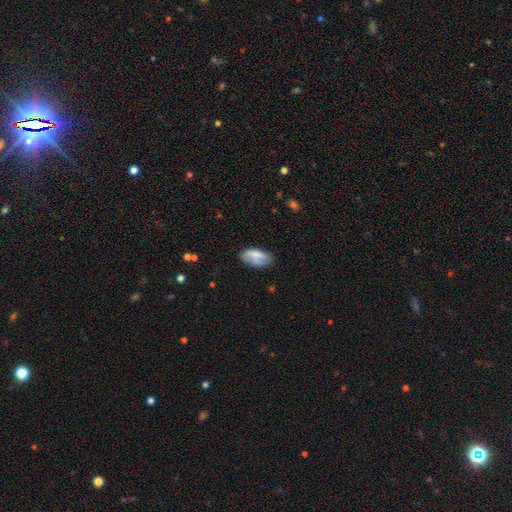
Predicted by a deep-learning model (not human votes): smooth 63%, featured or disk 30%, star or artifact 7%. Down the decision tree: how rounded — in between (89%); merging — none (64%).